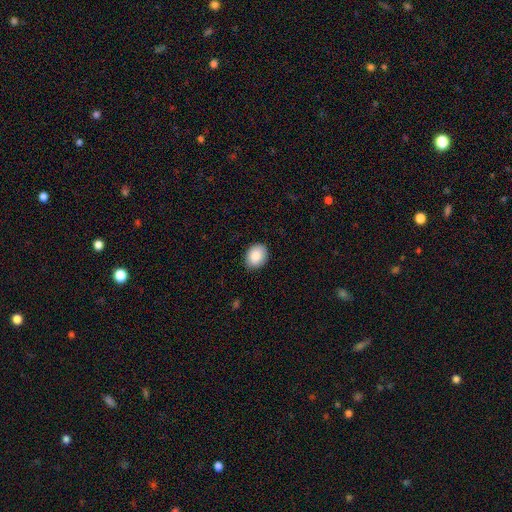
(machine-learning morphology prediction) Overall: smooth (88%). How rounded: in between (66%; round 33%). Merging: none (86%).